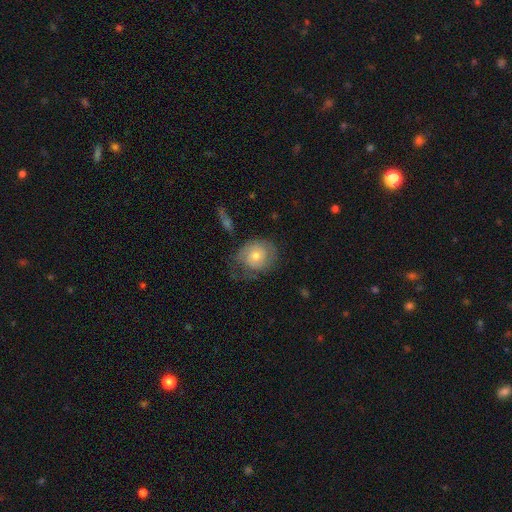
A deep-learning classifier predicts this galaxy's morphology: smooth 48%, featured or disk 45%, star or artifact 7%. Down the decision tree: merging — none (47%).